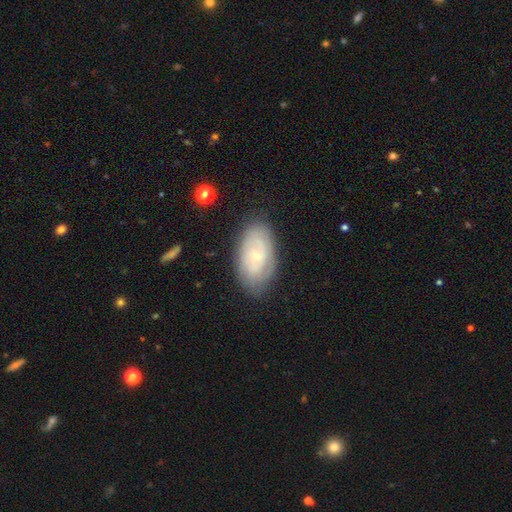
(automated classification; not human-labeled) Smooth or featured? featured or disk (59%)
Edge-on disk? no (94%)
Bar? no (71%)
Spiral arms? yes (77%)
Bulge size? small (75%)
Merging? none (77%)